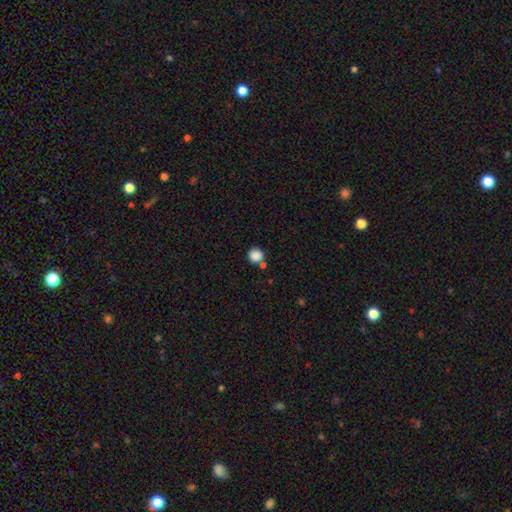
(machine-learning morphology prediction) smooth_or_featured: smooth (p=0.86) [alt: star or artifact p=0.10]
how_rounded: round (p=0.93) [alt: in between p=0.06]
merging: none (p=0.72) [alt: merger p=0.15]